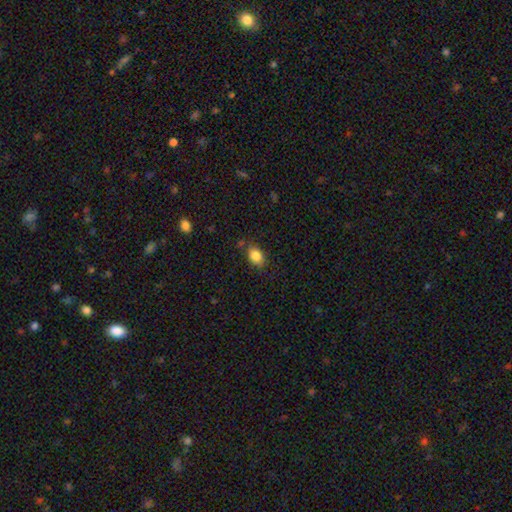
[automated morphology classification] smooth_or_featured: smooth (p=0.85) [alt: star or artifact p=0.09]
how_rounded: in between (p=0.76) [alt: round p=0.23]
merging: none (p=0.74) [alt: minor disturbance p=0.18]